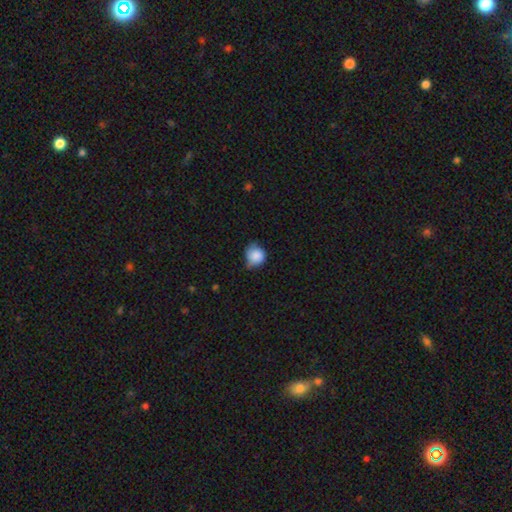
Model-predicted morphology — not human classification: Overall: smooth (85%). How rounded: round (82%). Merging: none (50%; minor disturbance 40%).